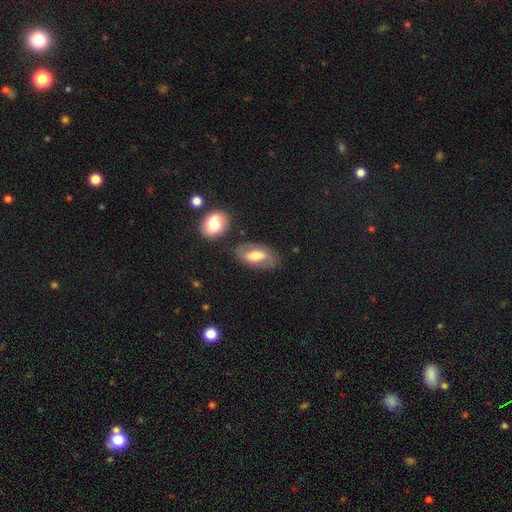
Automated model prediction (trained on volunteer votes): Q: Smooth or featured?
A: smooth (47%); runner-up: featured or disk (46%)
Q: Merging?
A: none (68%); runner-up: minor disturbance (19%)